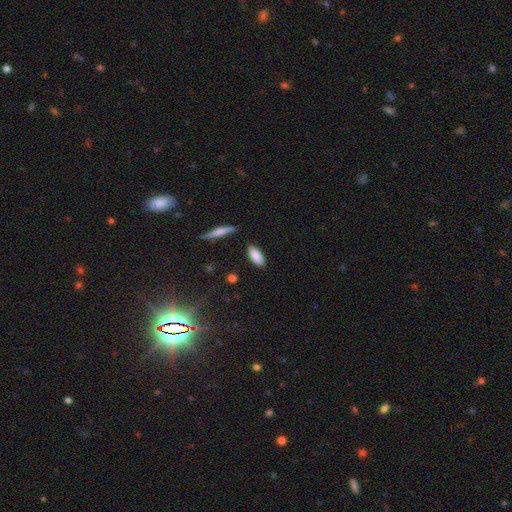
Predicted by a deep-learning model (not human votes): A smooth galaxy with no disk features (86%) that is in between round and cigar-shaped (78%). Merging: none (84%).